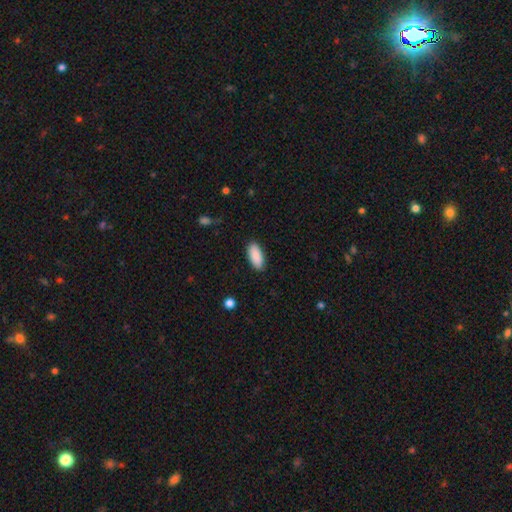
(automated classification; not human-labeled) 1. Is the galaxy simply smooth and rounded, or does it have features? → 90% smooth, 6% star or artifact, 4% featured or disk.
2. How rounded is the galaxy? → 87% in between, 11% cigar-shaped, 2% round.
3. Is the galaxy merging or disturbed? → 88% none, 9% minor disturbance, 2% major disturbance, 1% merger.